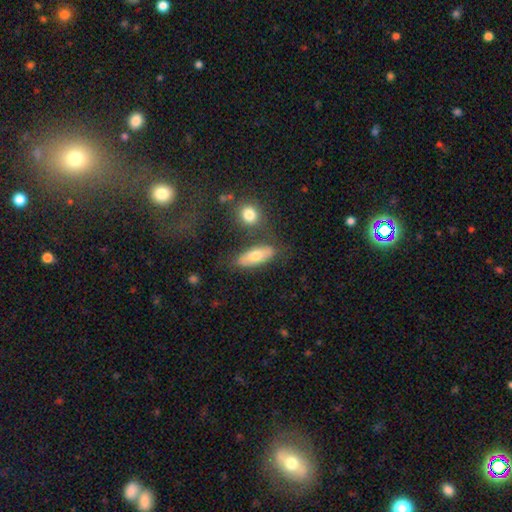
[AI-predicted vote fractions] Smooth or featured? Predicted: smooth (p=0.70). How rounded? Predicted: in between (p=0.71). Merging? Predicted: none (p=0.67).